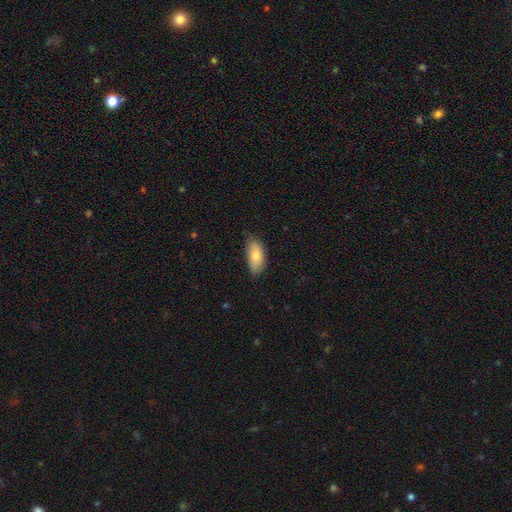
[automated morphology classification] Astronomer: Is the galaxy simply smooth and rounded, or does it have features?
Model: smooth — 78%.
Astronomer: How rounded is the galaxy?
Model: in between — 89%.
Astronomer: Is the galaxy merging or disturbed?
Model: none — 73%.